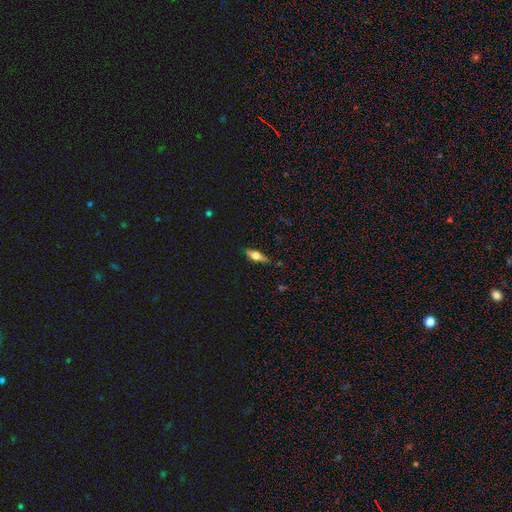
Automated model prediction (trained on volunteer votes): Smooth or featured? Predicted: featured or disk (p=0.47). Merging? Predicted: none (p=0.75).